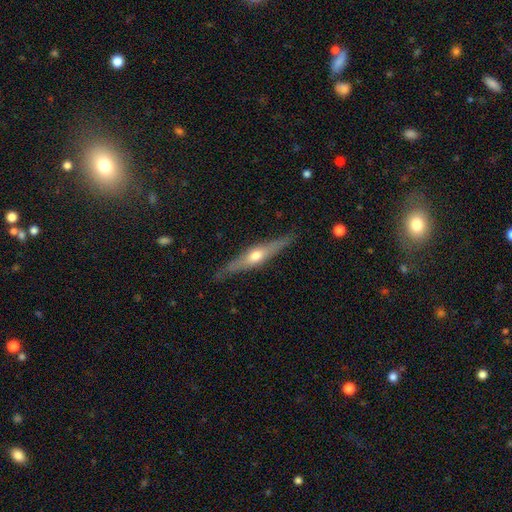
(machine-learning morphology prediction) This is likely a featured or disk galaxy (66%). It is clearly viewed edge-on (93%). Edge-on bulge: clearly rounded (91%). Merging: clearly none (85%).